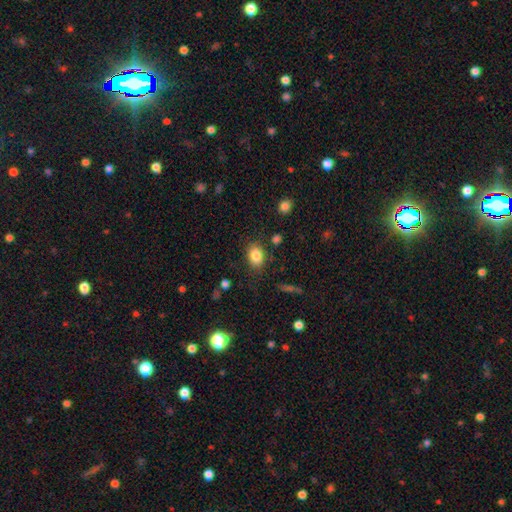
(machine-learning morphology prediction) Smooth or featured?
  - smooth: 85% *
  - star or artifact: 9%
  - featured or disk: 6%
How rounded?
  - in between: 72% *
  - round: 27%
  - cigar-shaped: 1%
Merging?
  - none: 80% *
  - minor disturbance: 13%
  - major disturbance: 4%
  - merger: 3%